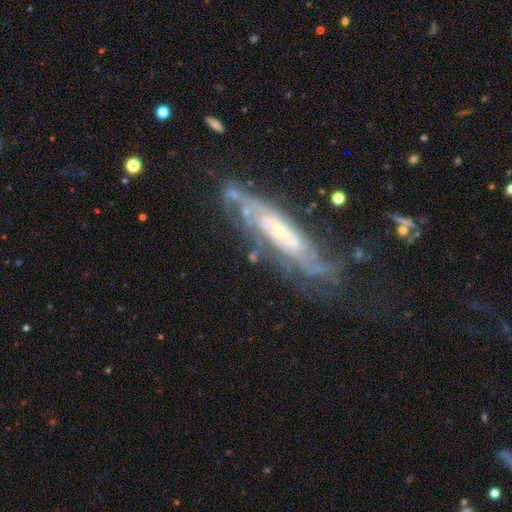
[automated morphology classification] Smooth or featured: featured or disk — 82% (smooth — 10%)
Edge-on disk: no — 74% (yes — 26%)
Bar: no — 63% (weak — 28%)
Spiral arms: yes — 92% (no — 8%)
Spiral winding: tight — 65% (medium — 28%)
Spiral arm count: can't tell — 54% (2 — 18%)
Bulge size: small — 68% (moderate — 25%)
Merging: none — 66% (minor disturbance — 20%)